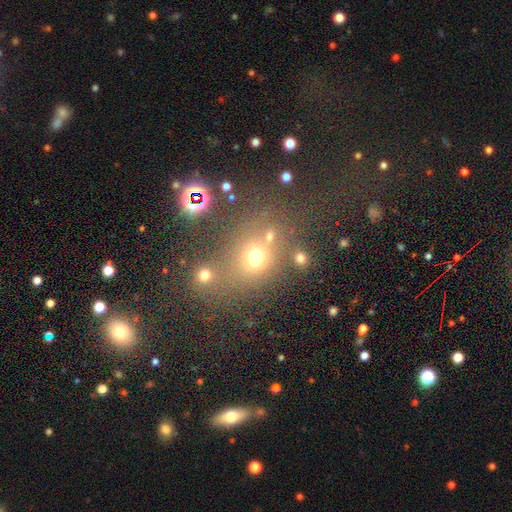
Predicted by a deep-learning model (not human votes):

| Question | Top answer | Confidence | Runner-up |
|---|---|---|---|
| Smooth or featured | smooth | 55% | star or artifact (30%) |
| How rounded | round | 59% | in between (39%) |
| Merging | none | 47% | merger (31%) |